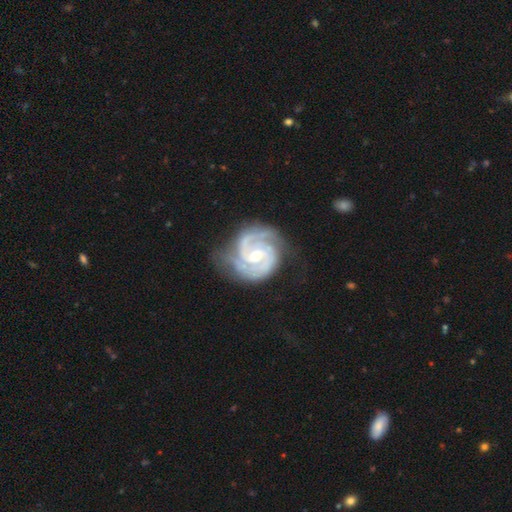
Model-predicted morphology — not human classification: smooth_or_featured: featured or disk (p=0.92) [alt: smooth p=0.04]
disk_edge_on: no (p=0.98) [alt: yes p=0.02]
bar: weak (p=0.47) [alt: no p=0.40]
has_spiral_arms: yes (p=0.98) [alt: no p=0.02]
spiral_winding: tight (p=0.64) [alt: medium p=0.31]
spiral_arm_count: 2 (p=0.62) [alt: 3 p=0.21]
bulge_size: moderate (p=0.53) [alt: small p=0.44]
merging: none (p=0.70) [alt: minor disturbance p=0.21]